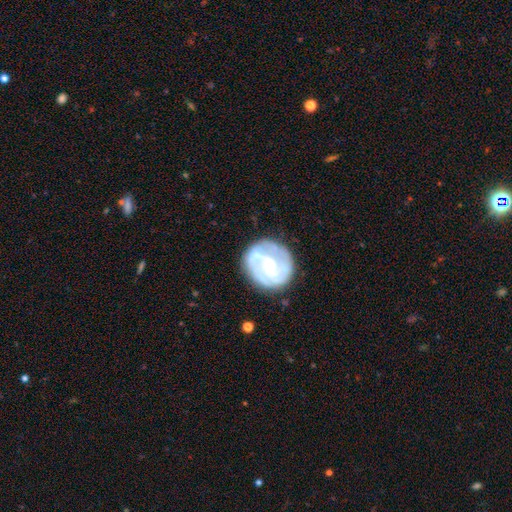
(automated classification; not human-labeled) Smooth or featured?
  - featured or disk: 80% *
  - smooth: 15%
  - star or artifact: 6%
Edge-on disk?
  - no: 98% *
  - yes: 2%
Bar?
  - no: 58% *
  - weak: 33%
  - strong: 10%
Spiral arms?
  - yes: 91% *
  - no: 9%
Spiral winding?
  - tight: 50% *
  - medium: 37%
  - loose: 13%
Spiral arm count?
  - 2: 38% *
  - 3: 24%
  - can't tell: 23%
  - 4: 6%
  - 1: 5%
  - more than 4: 4%
Bulge size?
  - small: 67% *
  - moderate: 29%
  - none: 2%
  - large: 2%
  - dominant: 1%
Merging?
  - none: 72% *
  - minor disturbance: 17%
  - major disturbance: 8%
  - merger: 2%